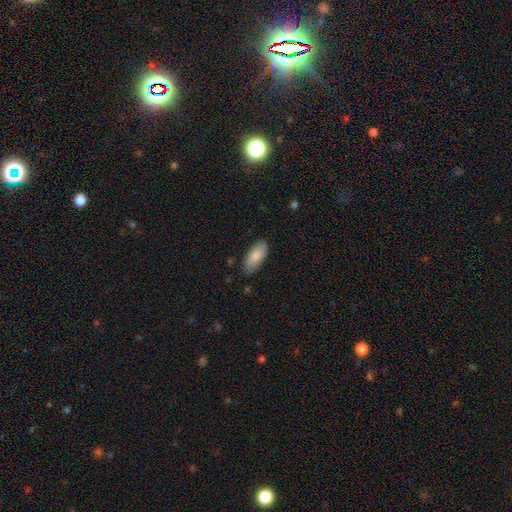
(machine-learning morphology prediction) smooth-or-featured: smooth: 86% | featured or disk: 8% | star or artifact: 6%
  how-rounded: in between: 86% | cigar-shaped: 13% | round: 2%
  merging: none: 85% | minor disturbance: 12% | major disturbance: 2% | merger: 1%